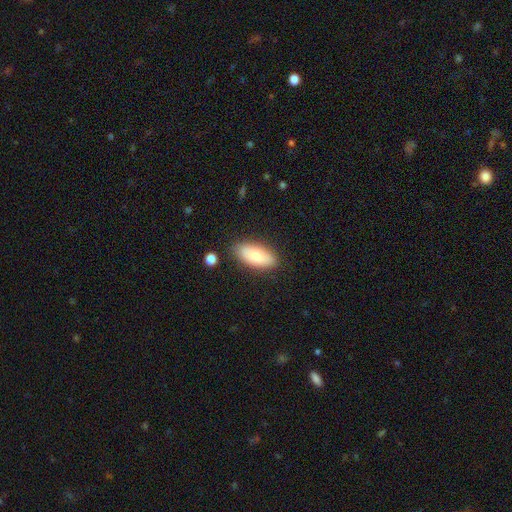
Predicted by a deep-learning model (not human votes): Smooth or featured: smooth — 76% (featured or disk — 17%)
How rounded: in between — 88% (cigar-shaped — 9%)
Merging: none — 82% (minor disturbance — 13%)